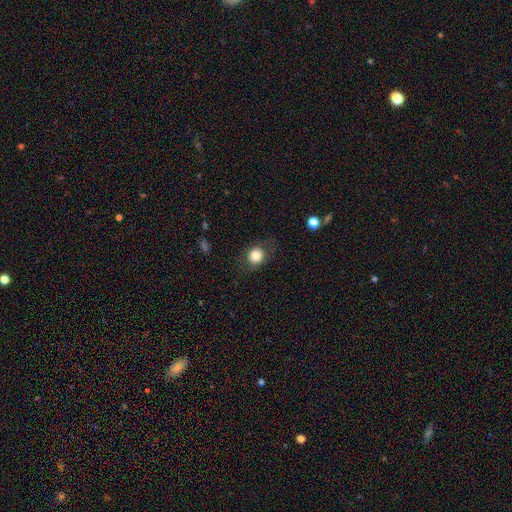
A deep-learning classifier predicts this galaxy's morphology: type=smooth (80%); roundness=round (76%); merging=none (80%).